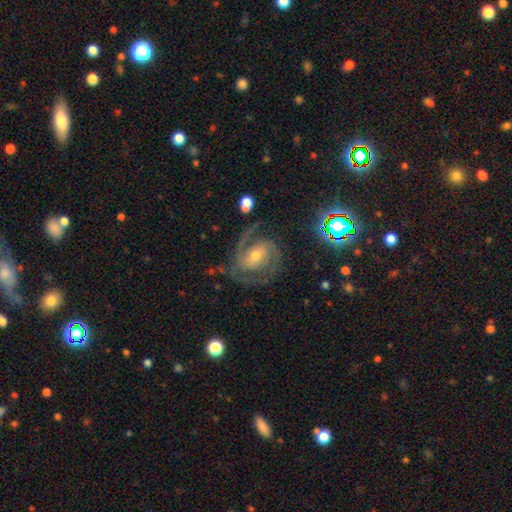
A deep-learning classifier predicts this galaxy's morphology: Smooth or featured?
  - featured or disk: 88% *
  - star or artifact: 6%
  - smooth: 5%
Edge-on disk?
  - no: 98% *
  - yes: 2%
Bar?
  - weak: 42% *
  - no: 37%
  - strong: 21%
Spiral arms?
  - yes: 98% *
  - no: 2%
Spiral winding?
  - medium: 51% *
  - tight: 39%
  - loose: 10%
Spiral arm count?
  - 2: 76% *
  - 3: 11%
  - can't tell: 6%
  - 1: 3%
  - 4: 2%
  - more than 4: 2%
Bulge size?
  - moderate: 51% *
  - small: 42%
  - large: 4%
  - none: 2%
  - dominant: 1%
Merging?
  - none: 74% *
  - minor disturbance: 15%
  - major disturbance: 10%
  - merger: 2%